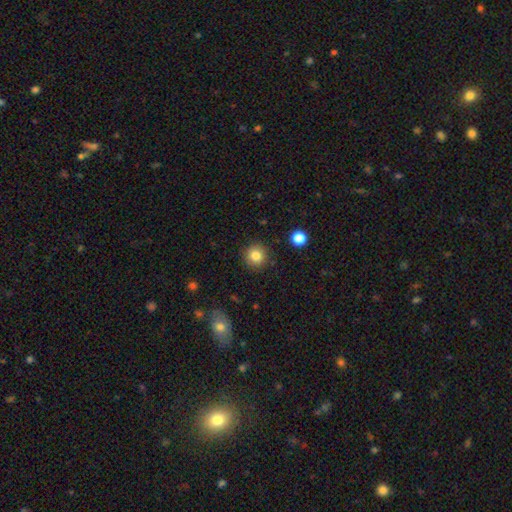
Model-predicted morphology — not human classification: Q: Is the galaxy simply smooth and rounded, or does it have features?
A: smooth — 82%.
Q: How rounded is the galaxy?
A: round — 93%.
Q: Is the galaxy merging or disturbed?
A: none — 90%.